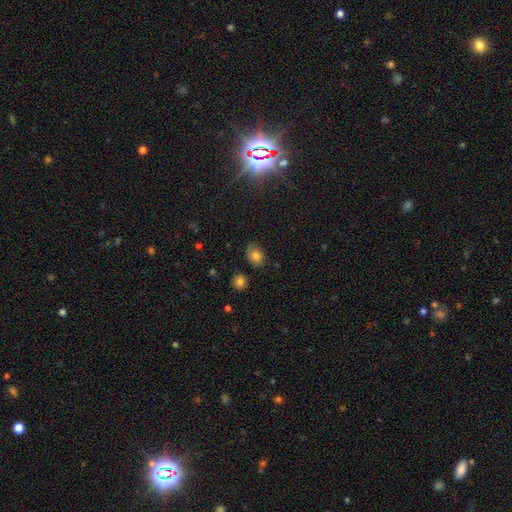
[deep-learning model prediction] smooth-or-featured: smooth: 78% | featured or disk: 12% | star or artifact: 11%
  how-rounded: in between: 73% | round: 26% | cigar-shaped: 1%
  merging: none: 78% | minor disturbance: 17% | major disturbance: 3% | merger: 2%